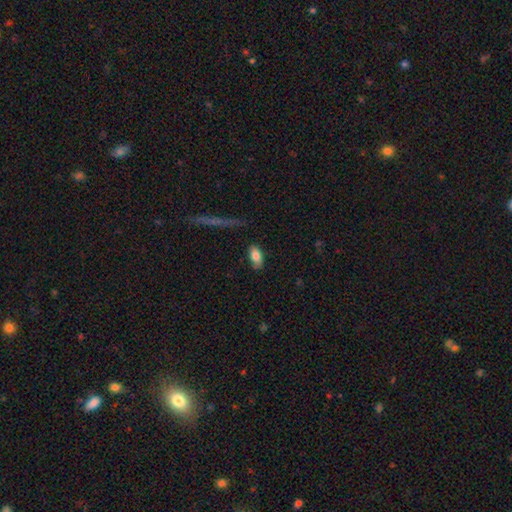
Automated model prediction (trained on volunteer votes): Overall: smooth (82%). How rounded: in between (91%). Merging: none (81%).